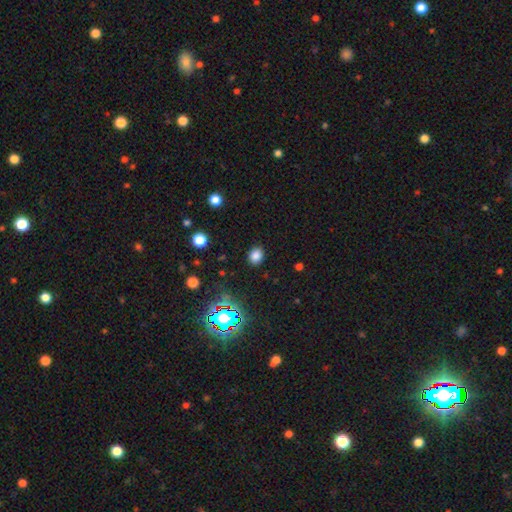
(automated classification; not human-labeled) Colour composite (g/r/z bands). It shows a smooth galaxy with no disk features (79%) that is round (56%). Merging: none (87%).